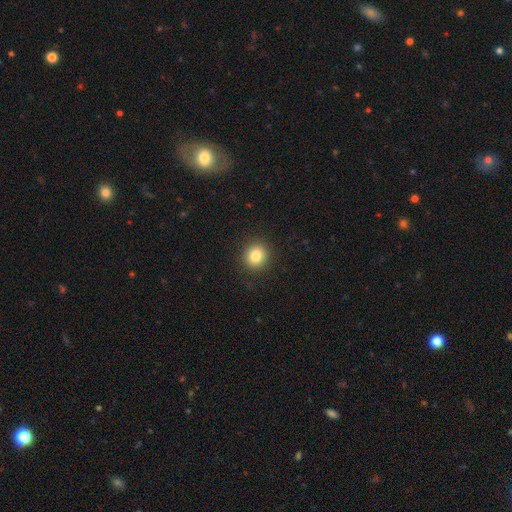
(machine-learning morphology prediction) Smooth or featured? smooth (84%)
How rounded? round (88%)
Merging? none (91%)